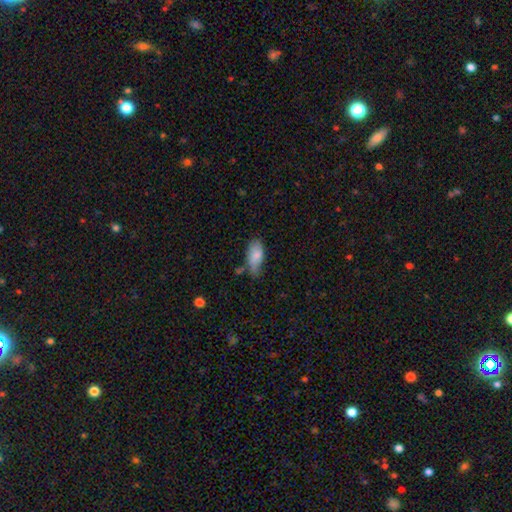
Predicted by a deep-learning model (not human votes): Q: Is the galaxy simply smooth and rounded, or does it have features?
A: smooth — 79%.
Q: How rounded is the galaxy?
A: in between — 90%.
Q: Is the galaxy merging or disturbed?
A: none — 47%.